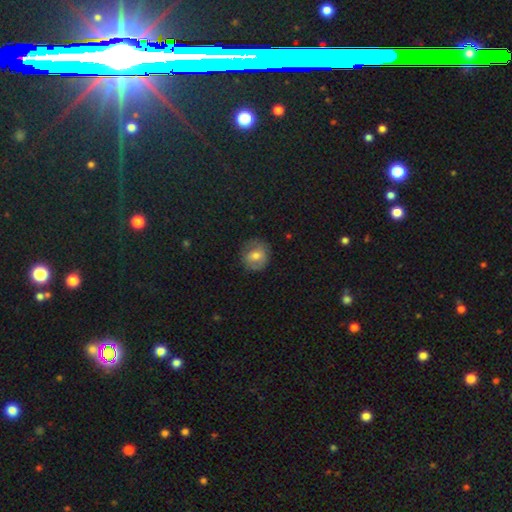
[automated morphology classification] type=smooth (61%); roundness=round (82%); merging=none (76%).